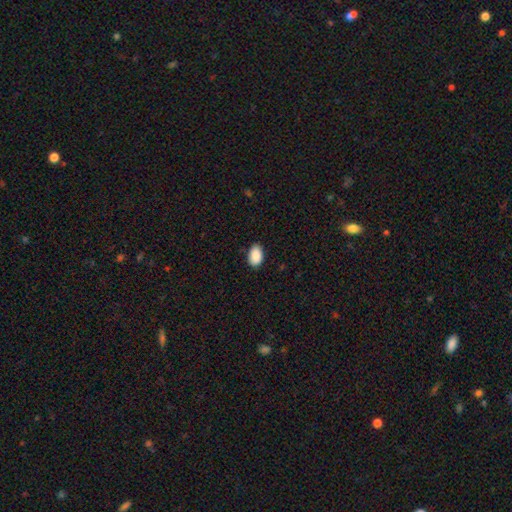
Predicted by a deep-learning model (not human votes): smooth_or_featured: smooth (p=0.91) [alt: star or artifact p=0.07]
how_rounded: in between (p=0.91) [alt: round p=0.07]
merging: none (p=0.86) [alt: minor disturbance p=0.11]